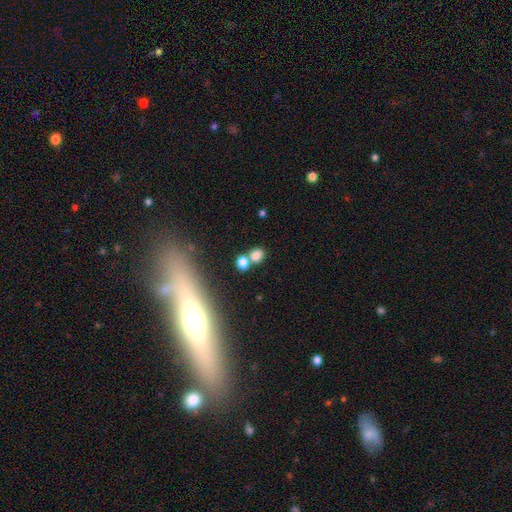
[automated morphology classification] Smooth or featured?
  - smooth: 76% *
  - star or artifact: 16%
  - featured or disk: 9%
How rounded?
  - round: 60% *
  - in between: 38%
  - cigar-shaped: 2%
Merging?
  - none: 55% *
  - merger: 32%
  - minor disturbance: 9%
  - major disturbance: 4%